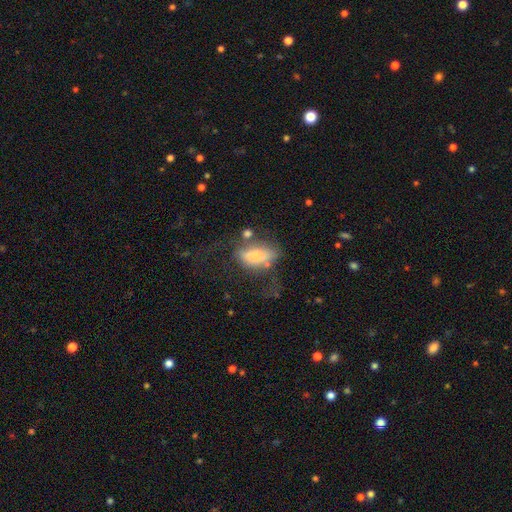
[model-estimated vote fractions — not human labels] smooth-or-featured: smooth: 64% | featured or disk: 27% | star or artifact: 9%
  how-rounded: in between: 84% | cigar-shaped: 10% | round: 6%
  merging: none: 34% | major disturbance: 33% | minor disturbance: 22% | merger: 12%